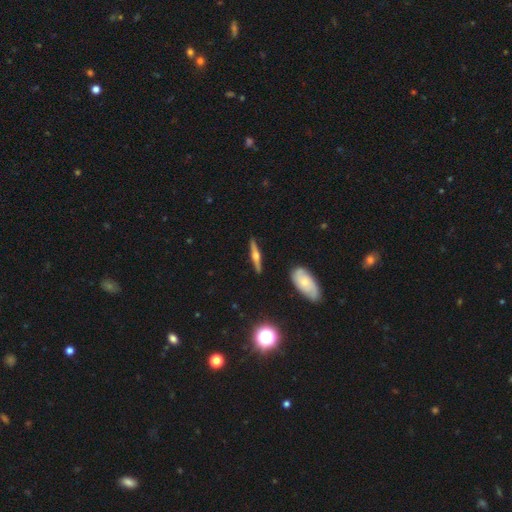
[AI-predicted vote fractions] Smooth or featured? featured or disk (72%)
Edge-on disk? yes (97%)
Edge-on bulge? rounded (93%)
Merging? none (90%)